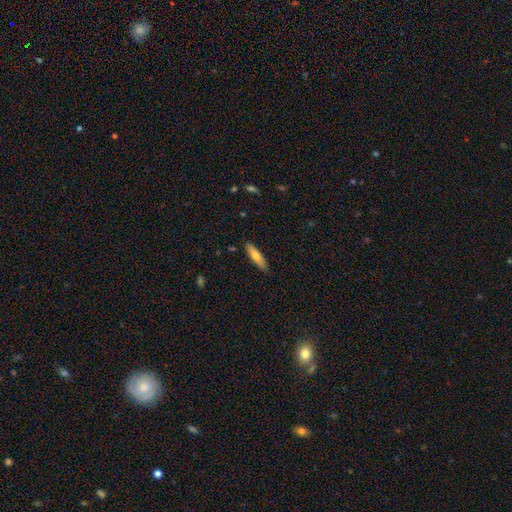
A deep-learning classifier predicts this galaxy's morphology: smooth_or_featured: smooth (p=0.70) [alt: featured or disk p=0.24]
how_rounded: cigar-shaped (p=0.74) [alt: in between p=0.24]
merging: none (p=0.88) [alt: minor disturbance p=0.09]